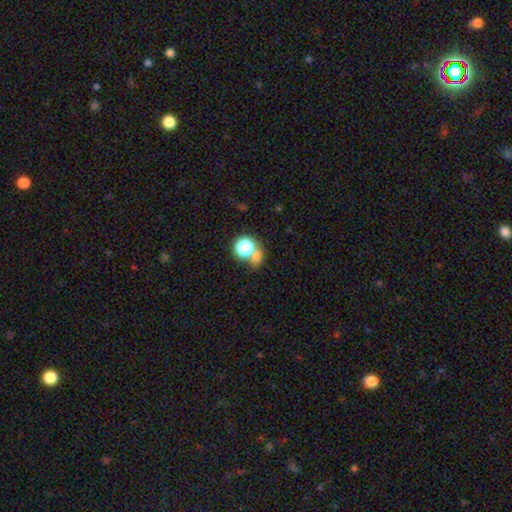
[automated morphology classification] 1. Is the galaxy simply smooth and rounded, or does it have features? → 64% smooth, 27% star or artifact, 9% featured or disk.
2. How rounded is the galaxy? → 74% round, 24% in between, 1% cigar-shaped.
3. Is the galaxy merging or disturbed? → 50% none, 33% merger, 11% minor disturbance, 7% major disturbance.